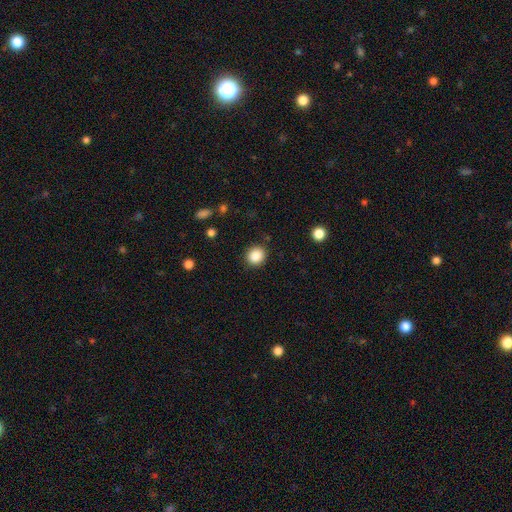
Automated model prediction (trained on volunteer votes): Morphology: type=smooth (87%); roundness=round (88%); merging=none (90%).